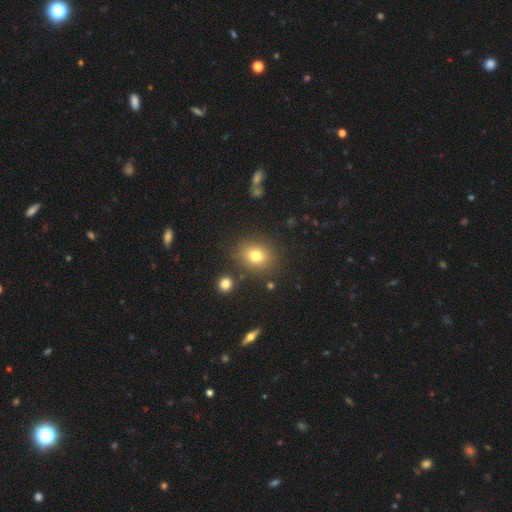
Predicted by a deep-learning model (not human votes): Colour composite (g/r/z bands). It shows a smooth galaxy with no disk features (77%) that is round (63%). Merging: none (83%).